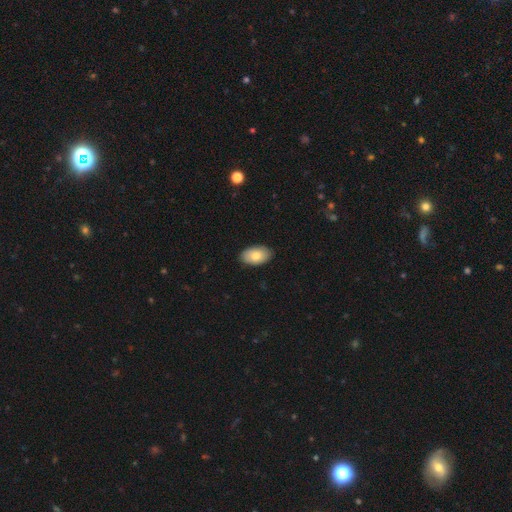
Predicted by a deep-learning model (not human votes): Morphology: type=smooth (81%); roundness=in between (94%); merging=none (88%).